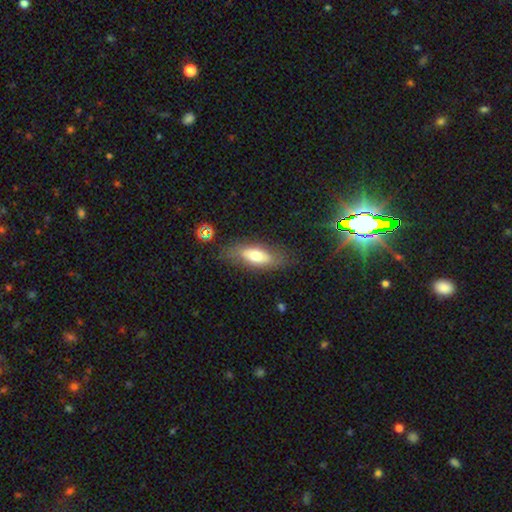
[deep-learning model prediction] Smooth or featured? smooth (60%)
How rounded? in between (73%)
Merging? none (71%)